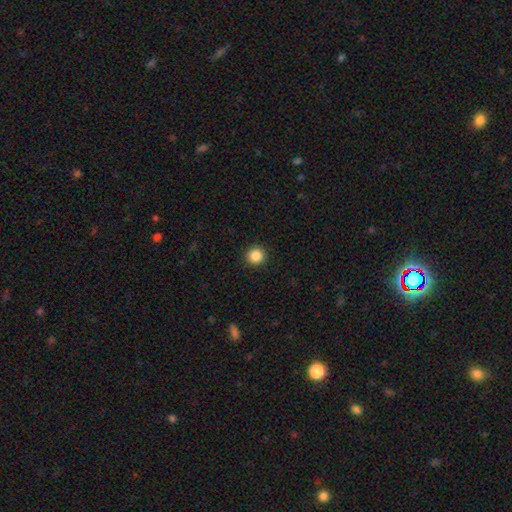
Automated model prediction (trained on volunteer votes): A smooth galaxy with no disk features (87%) that is round (94%). Merging: none (93%).